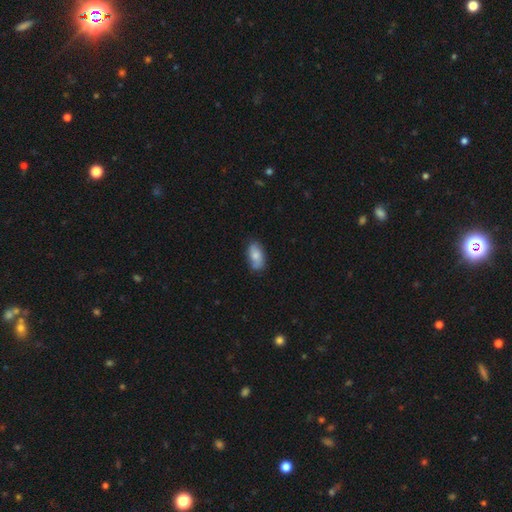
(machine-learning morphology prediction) smooth-or-featured: smooth: 76% | featured or disk: 17% | star or artifact: 7%
  how-rounded: in between: 91% | cigar-shaped: 5% | round: 4%
  merging: none: 76% | minor disturbance: 19% | major disturbance: 3% | merger: 2%